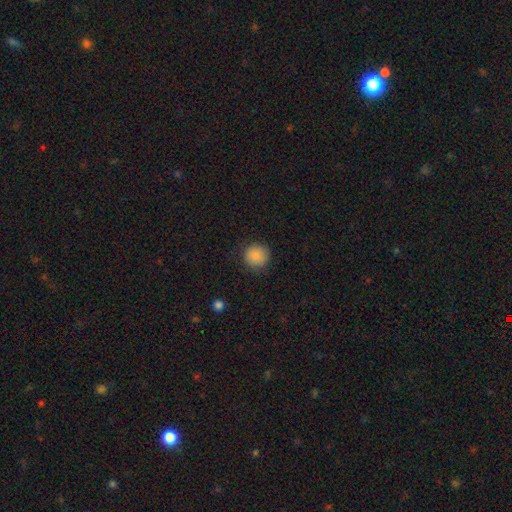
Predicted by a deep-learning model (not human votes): This is clearly a smooth galaxy (86%). How rounded: clearly round (93%). Merging: clearly none (86%).